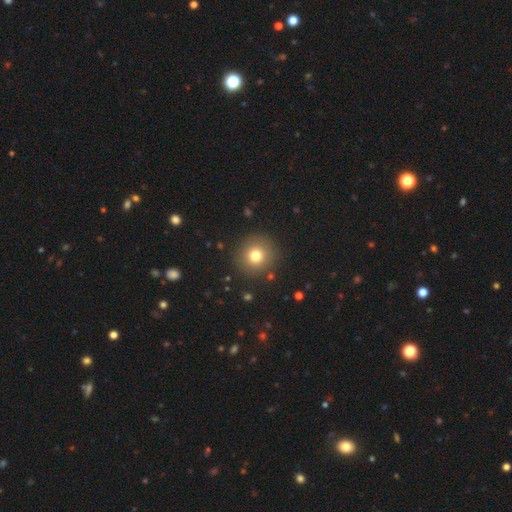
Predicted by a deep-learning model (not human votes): smooth 76%, star or artifact 13%, featured or disk 10%. Down the decision tree: how rounded — round (94%); merging — none (90%).